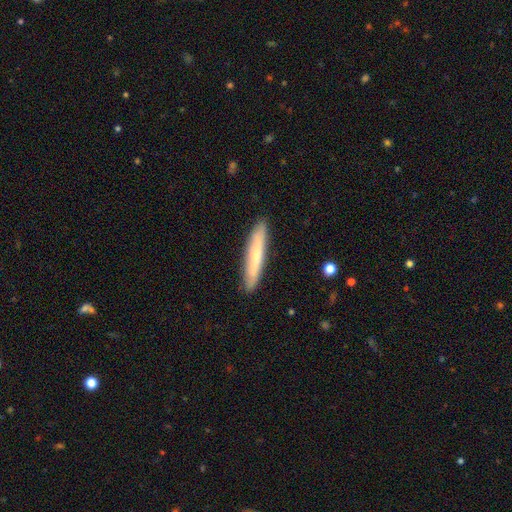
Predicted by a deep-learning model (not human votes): Smooth or featured: smooth — 64% (featured or disk — 30%)
How rounded: cigar-shaped — 92% (in between — 7%)
Merging: none — 90% (minor disturbance — 7%)